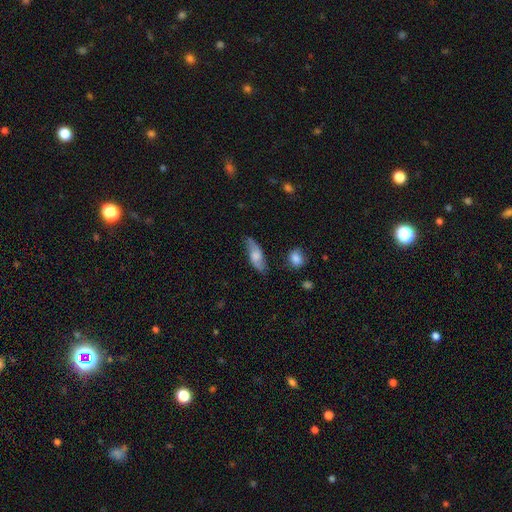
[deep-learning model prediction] This appears to be a smooth galaxy with no disk features (50%). Merging: none (69%).